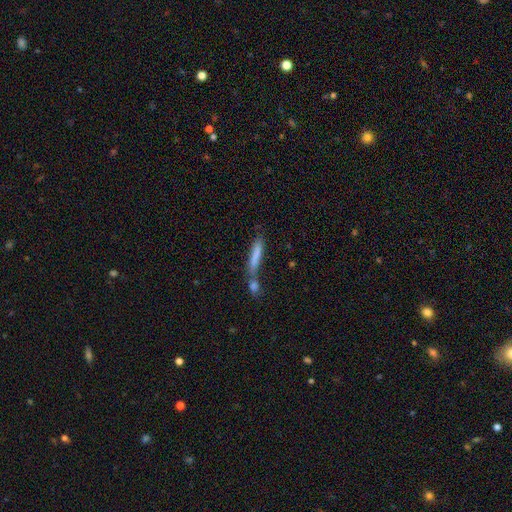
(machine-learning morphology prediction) type=smooth (75%); roundness=cigar-shaped (88%); merging=none (45%).